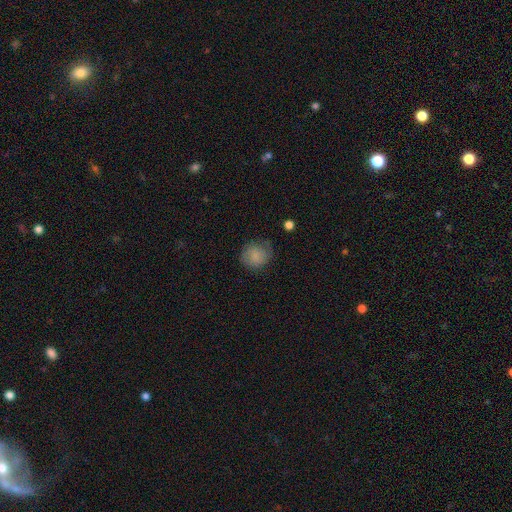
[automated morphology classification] This is likely a smooth galaxy (79%). How rounded: likely round (78%). Merging: likely none (72%).